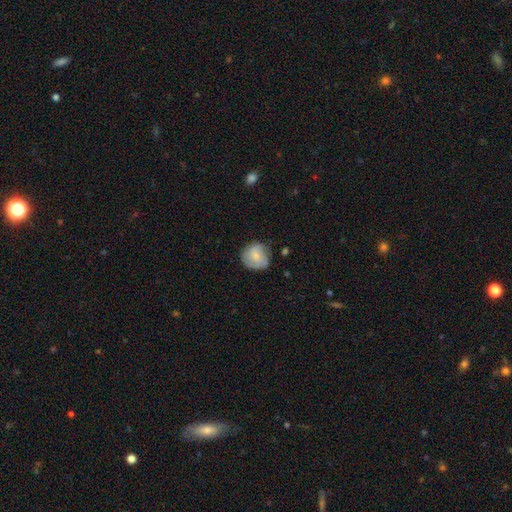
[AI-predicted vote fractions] The model was most divided on "smooth or featured": smooth: 66%, featured or disk: 27%, star or artifact: 7%. More confident: how rounded — round (86%); merging — none (69%).